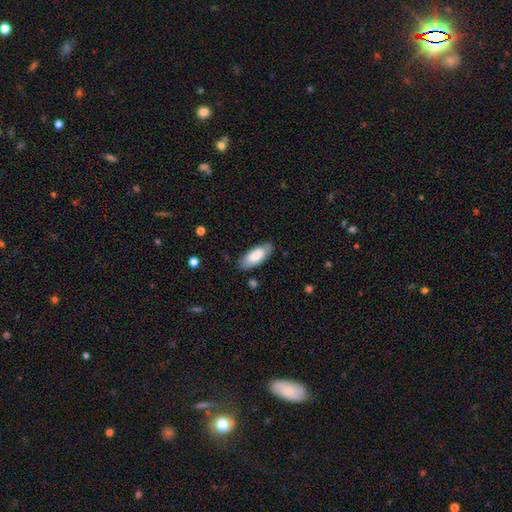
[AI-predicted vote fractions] A smooth galaxy with no disk features (81%) that is in between round and cigar-shaped (84%). Merging: none (82%).